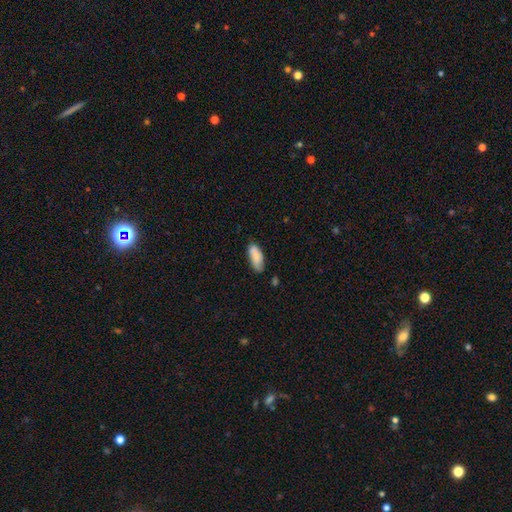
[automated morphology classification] type=smooth (83%); roundness=in between (80%); merging=none (70%).